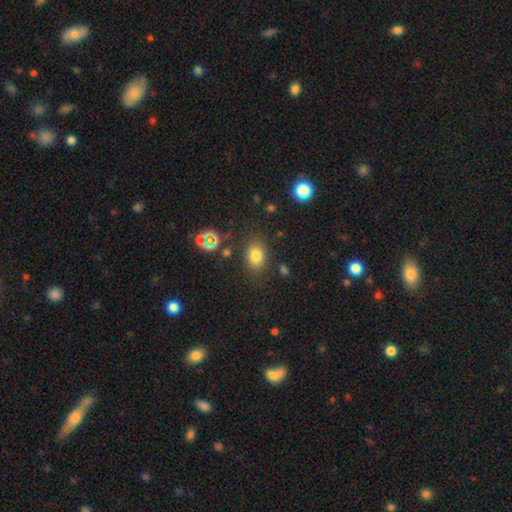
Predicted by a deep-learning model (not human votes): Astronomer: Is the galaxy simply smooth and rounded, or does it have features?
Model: smooth — 74%.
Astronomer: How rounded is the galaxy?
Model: in between — 61% (runner-up: round, 38%).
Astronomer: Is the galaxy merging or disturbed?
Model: none — 79%.